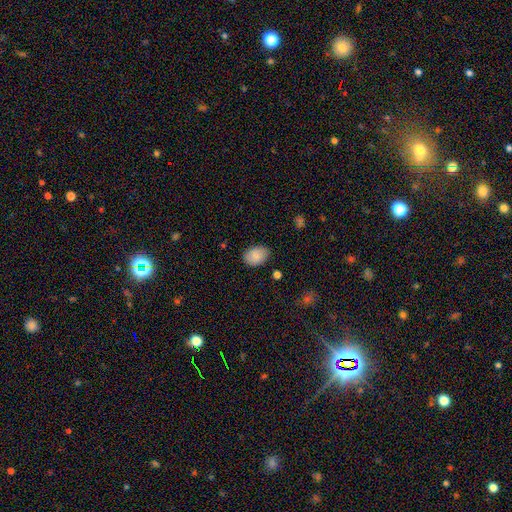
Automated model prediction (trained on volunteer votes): smooth 87%, star or artifact 7%, featured or disk 6%. Down the decision tree: how rounded — in between (79%); merging — none (82%).